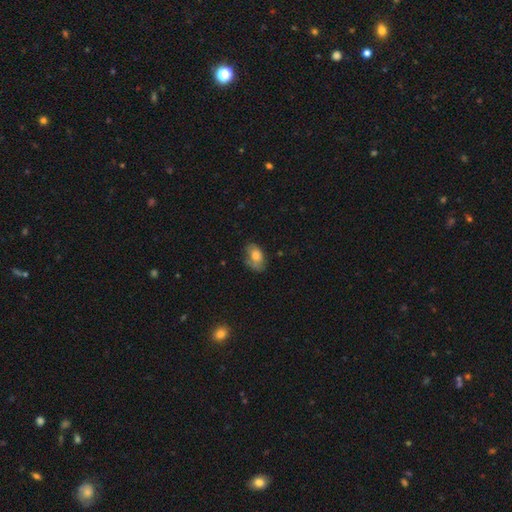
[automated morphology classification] The model was most divided on "merging": none: 55%, minor disturbance: 31%, major disturbance: 12%, merger: 2%. More confident: how rounded — in between (88%); smooth or featured — smooth (71%).